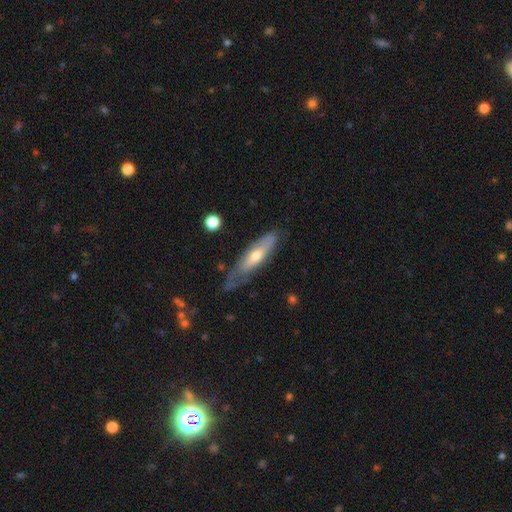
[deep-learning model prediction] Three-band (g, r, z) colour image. It shows a featured or disk galaxy (54%) viewed edge-on (51%). Merging: none (55%).